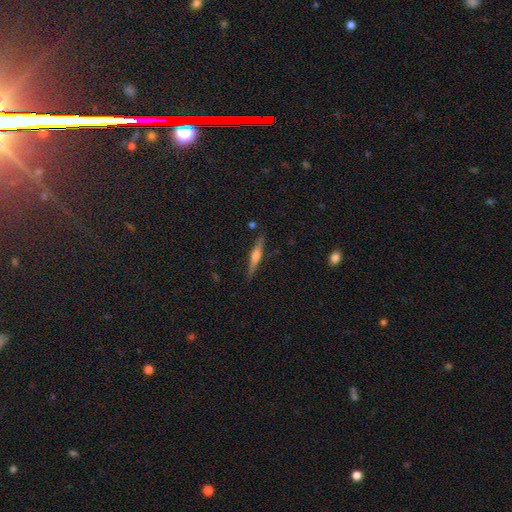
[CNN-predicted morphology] type=featured or disk (66%); edge-on=yes (97%); edge-on bulge=rounded (77%); merging=none (88%).